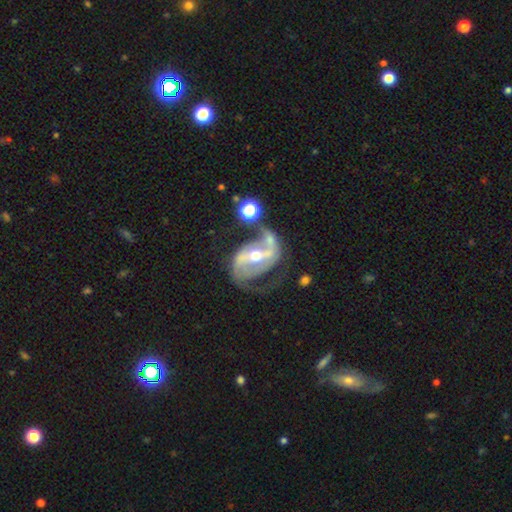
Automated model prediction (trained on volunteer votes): Morphology: type=featured or disk (88%); edge-on=no (96%); bar=strong (62%); spiral arms=yes (94%); winding=medium (45%); arm count=2 (88%); bulge=moderate (61%); merging=none (49%).